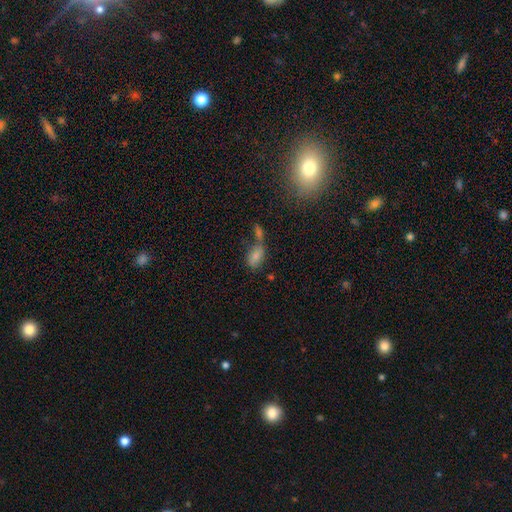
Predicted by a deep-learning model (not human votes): smooth_or_featured: smooth (p=0.77) [alt: featured or disk p=0.12]
how_rounded: in between (p=0.92) [alt: round p=0.05]
merging: merger (p=0.41) [alt: none p=0.35]